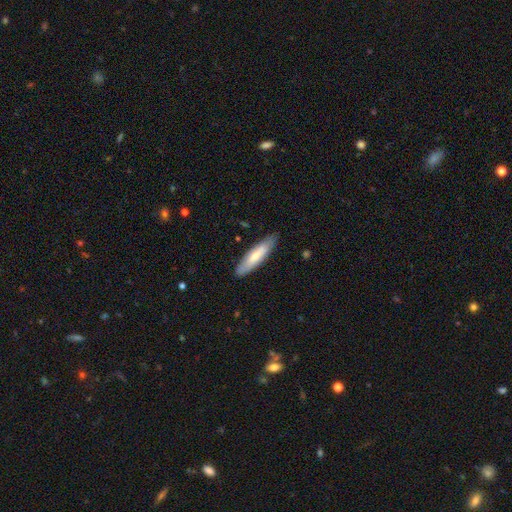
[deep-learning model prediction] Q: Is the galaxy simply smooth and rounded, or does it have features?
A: smooth — 67%.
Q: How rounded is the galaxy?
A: cigar-shaped — 72%.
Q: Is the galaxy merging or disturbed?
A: none — 86%.